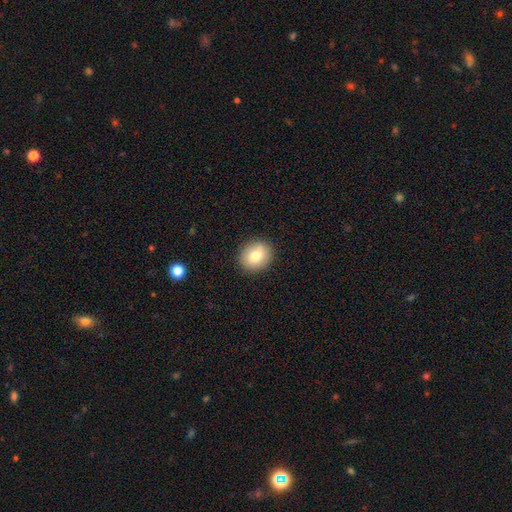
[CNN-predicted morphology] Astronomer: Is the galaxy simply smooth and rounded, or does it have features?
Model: smooth — 78%.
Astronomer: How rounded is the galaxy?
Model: round — 71%.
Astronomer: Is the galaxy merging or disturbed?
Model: none — 90%.